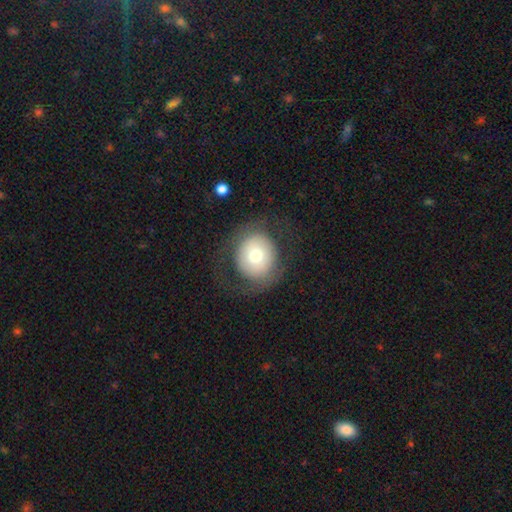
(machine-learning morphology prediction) Smooth or featured? Predicted: smooth (p=0.61). How rounded? Predicted: round (p=0.78). Merging? Predicted: none (p=0.69).